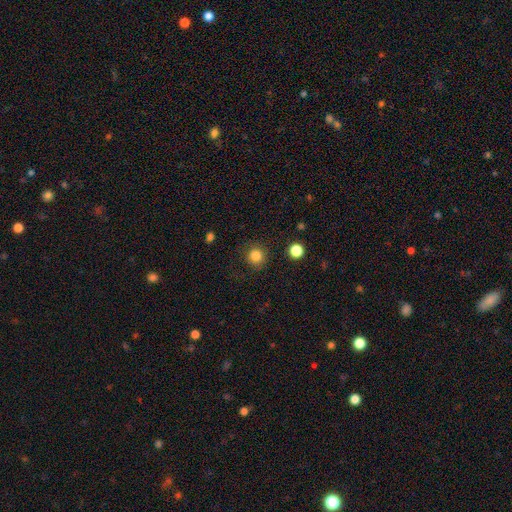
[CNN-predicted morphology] A smooth galaxy with no disk features (84%) that is round (94%). Merging: none (88%).